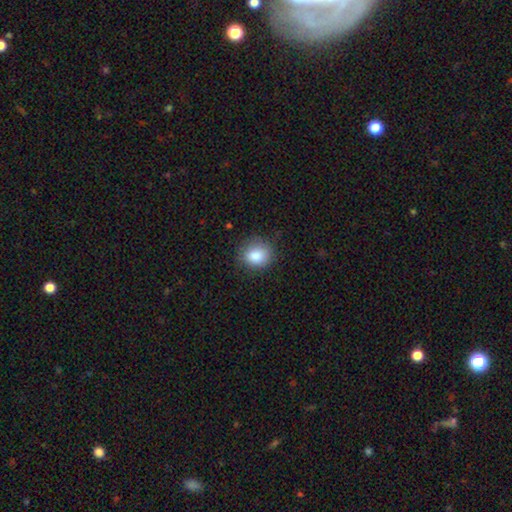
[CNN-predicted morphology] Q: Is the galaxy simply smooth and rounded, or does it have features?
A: smooth — 86%.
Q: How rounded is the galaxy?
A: round — 64%.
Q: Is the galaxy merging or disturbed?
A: none — 78%.